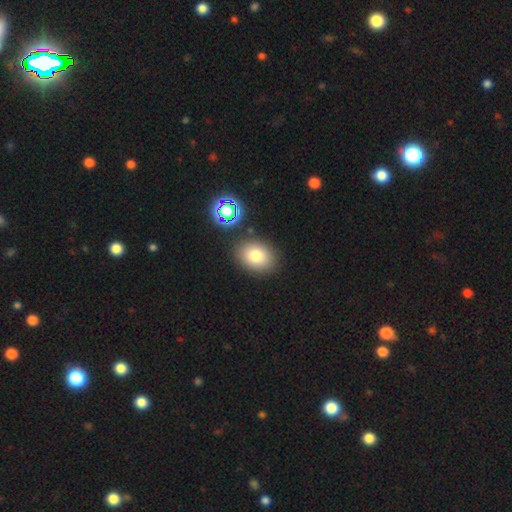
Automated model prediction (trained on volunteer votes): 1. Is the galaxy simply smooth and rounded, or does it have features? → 79% smooth, 12% star or artifact, 9% featured or disk.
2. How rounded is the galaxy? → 64% in between, 35% round, 1% cigar-shaped.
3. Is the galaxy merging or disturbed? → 84% none, 9% minor disturbance, 5% merger, 3% major disturbance.